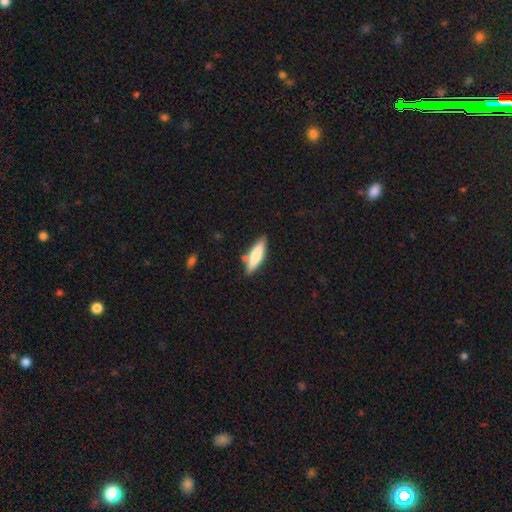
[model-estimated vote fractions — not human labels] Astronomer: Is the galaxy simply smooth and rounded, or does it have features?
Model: smooth — 69%.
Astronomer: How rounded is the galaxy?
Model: cigar-shaped — 66%.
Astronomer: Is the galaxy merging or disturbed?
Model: none — 78%.